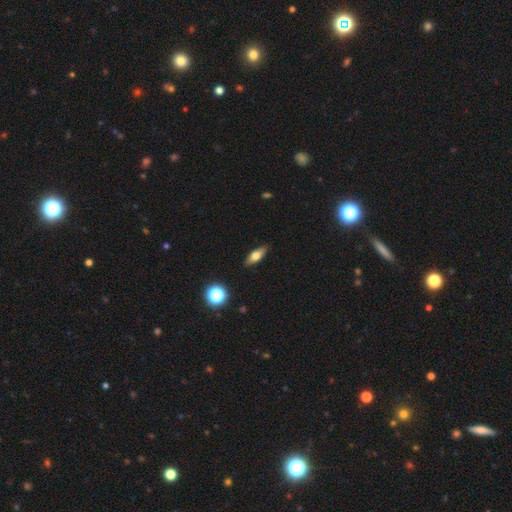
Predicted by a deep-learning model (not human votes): Smooth or featured: smooth — 65% (featured or disk — 27%)
How rounded: in between — 69% (cigar-shaped — 26%)
Merging: none — 87% (minor disturbance — 10%)